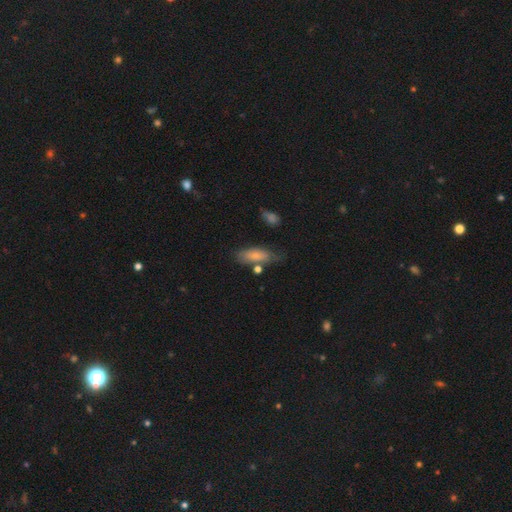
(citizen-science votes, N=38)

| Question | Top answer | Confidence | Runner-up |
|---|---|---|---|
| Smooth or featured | smooth | 76% | featured or disk (18%) |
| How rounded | in between | 86% | cigar-shaped (14%) |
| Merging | none | 67% | minor disturbance (25%) |